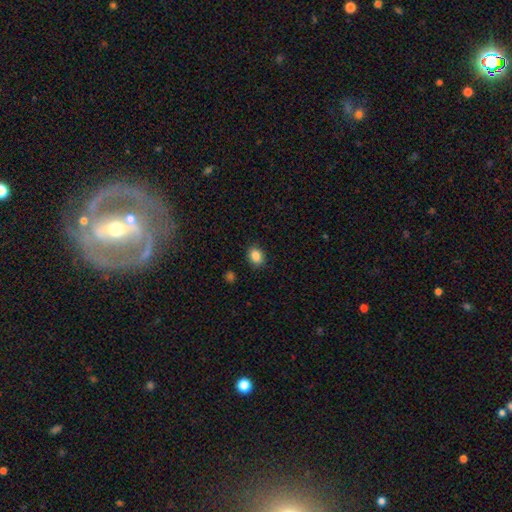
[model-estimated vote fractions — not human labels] Smooth or featured?
  - smooth: 87% *
  - star or artifact: 9%
  - featured or disk: 4%
How rounded?
  - in between: 63% *
  - round: 36%
  - cigar-shaped: 1%
Merging?
  - none: 89% *
  - minor disturbance: 8%
  - major disturbance: 2%
  - merger: 1%